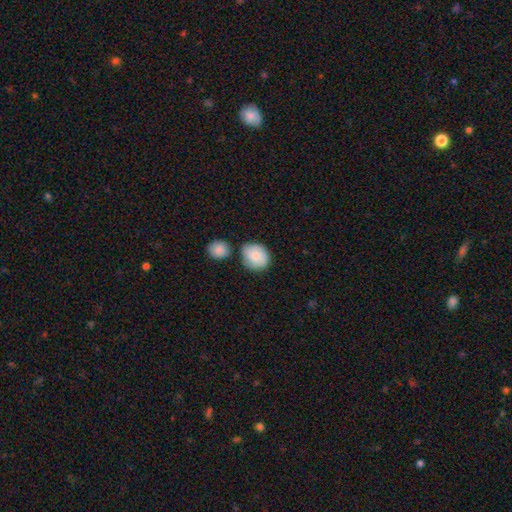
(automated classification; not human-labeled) Smooth or featured: smooth — 72% (featured or disk — 21%)
How rounded: round — 59% (in between — 40%)
Merging: none — 58% (minor disturbance — 20%)